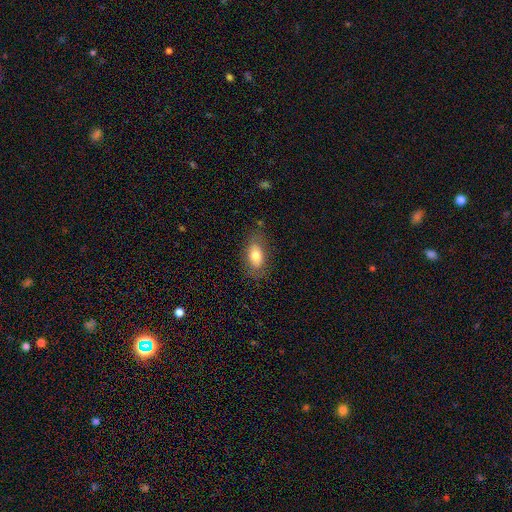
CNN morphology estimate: smooth-or-featured: smooth: 74% | featured or disk: 19% | star or artifact: 8%
  how-rounded: in between: 88% | round: 9% | cigar-shaped: 4%
  merging: none: 77% | minor disturbance: 16% | major disturbance: 5% | merger: 1%